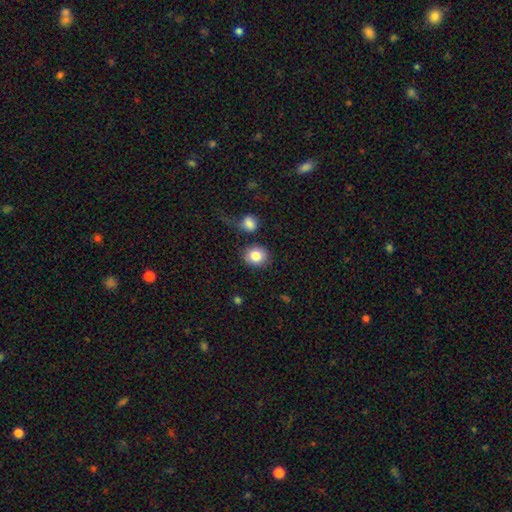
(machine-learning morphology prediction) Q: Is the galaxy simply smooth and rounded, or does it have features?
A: smooth — 83%.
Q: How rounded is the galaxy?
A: round — 73%.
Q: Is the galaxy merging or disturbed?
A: none — 76%.